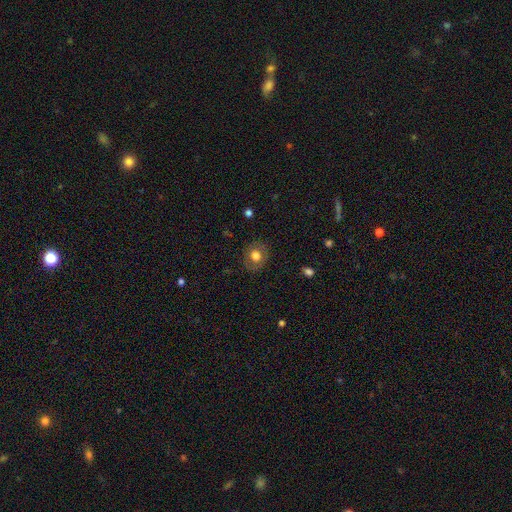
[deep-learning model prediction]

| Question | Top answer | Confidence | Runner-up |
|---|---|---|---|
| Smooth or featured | smooth | 69% | featured or disk (22%) |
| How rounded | round | 74% | in between (25%) |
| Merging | none | 85% | minor disturbance (10%) |